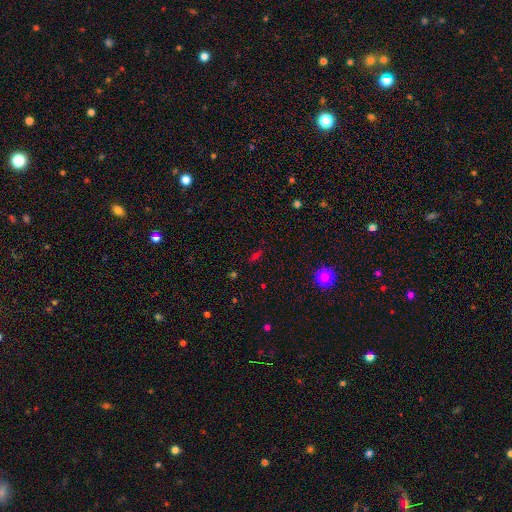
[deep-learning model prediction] Morphology: type=smooth (46%); merging=none (82%).